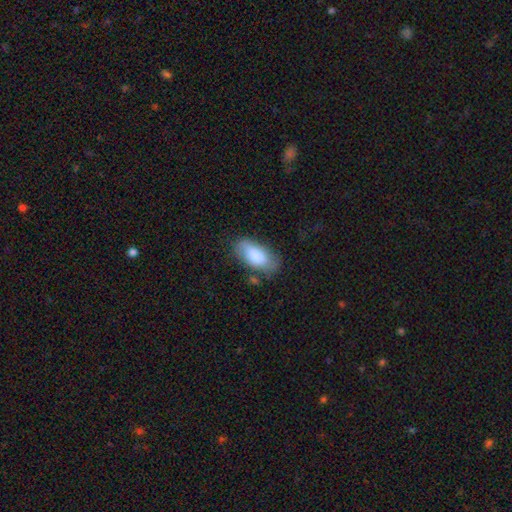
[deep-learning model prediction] smooth 82%, featured or disk 12%, star or artifact 6%. Down the decision tree: how rounded — in between (92%); merging — none (67%).